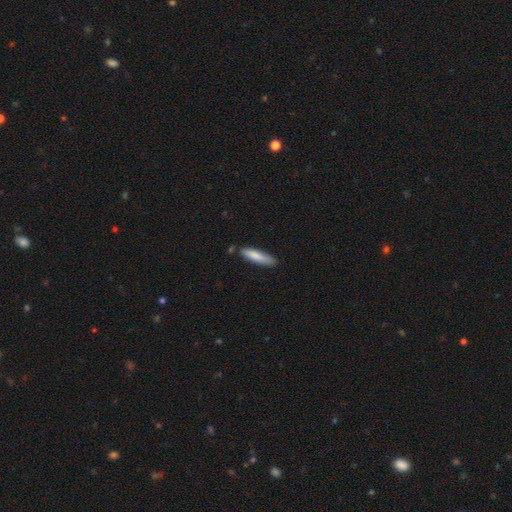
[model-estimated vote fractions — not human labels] Smooth or featured?
  - smooth: 82% *
  - featured or disk: 12%
  - star or artifact: 6%
How rounded?
  - cigar-shaped: 77% *
  - in between: 22%
  - round: 1%
Merging?
  - none: 74% *
  - minor disturbance: 19%
  - merger: 4%
  - major disturbance: 3%